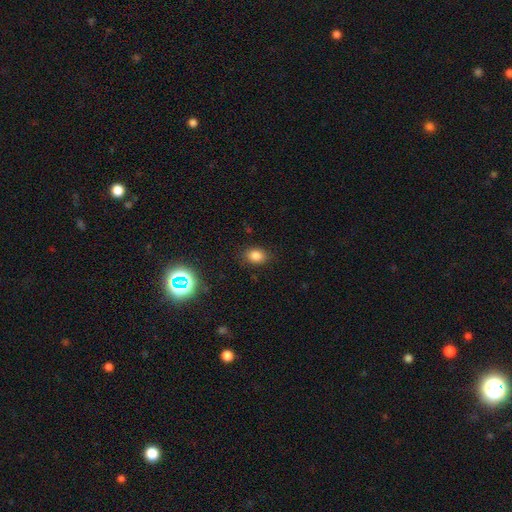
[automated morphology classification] A smooth galaxy with no disk features (81%) that is in between round and cigar-shaped (66%).

Vote fractions:
- Smooth or featured? smooth: 81% / star or artifact: 13% / featured or disk: 5%
- How rounded? in between: 66% / round: 33% / cigar-shaped: 1%
- Merging? none: 83% / minor disturbance: 13% / major disturbance: 4% / merger: 1%